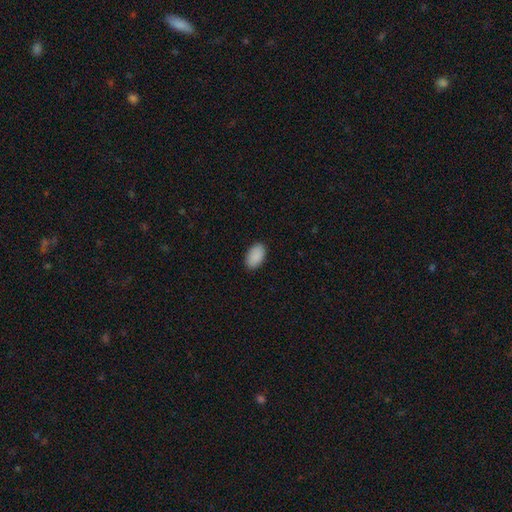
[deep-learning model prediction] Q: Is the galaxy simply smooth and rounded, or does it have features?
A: smooth — 91%.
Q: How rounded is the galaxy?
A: in between — 95%.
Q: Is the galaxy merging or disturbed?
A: none — 90%.